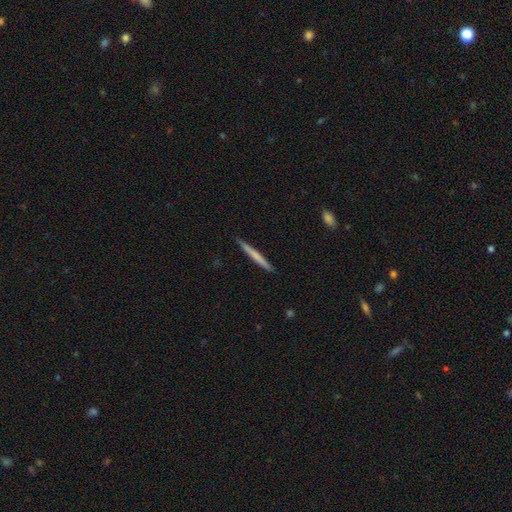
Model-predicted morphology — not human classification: The model was most divided on "smooth or featured": smooth: 63%, featured or disk: 32%, star or artifact: 5%. More confident: how rounded — cigar-shaped (97%); merging — none (90%).